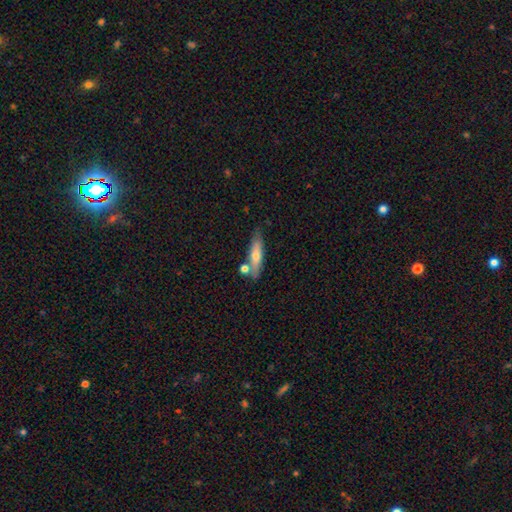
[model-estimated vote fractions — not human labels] Morphology: type=smooth (63%); roundness=cigar-shaped (72%); merging=none (67%).